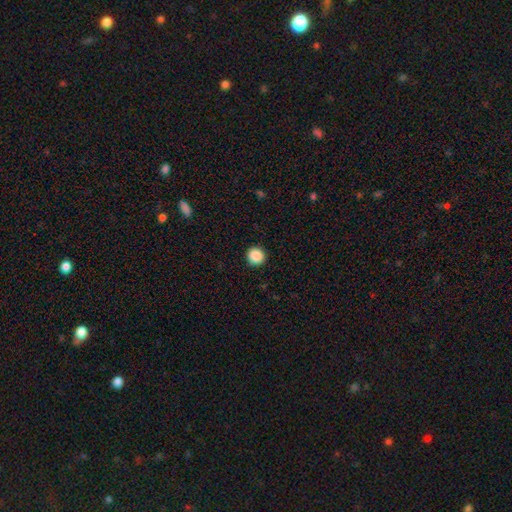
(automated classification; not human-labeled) smooth_or_featured: smooth (p=0.88) [alt: star or artifact p=0.09]
how_rounded: round (p=0.94) [alt: in between p=0.05]
merging: none (p=0.93) [alt: minor disturbance p=0.05]